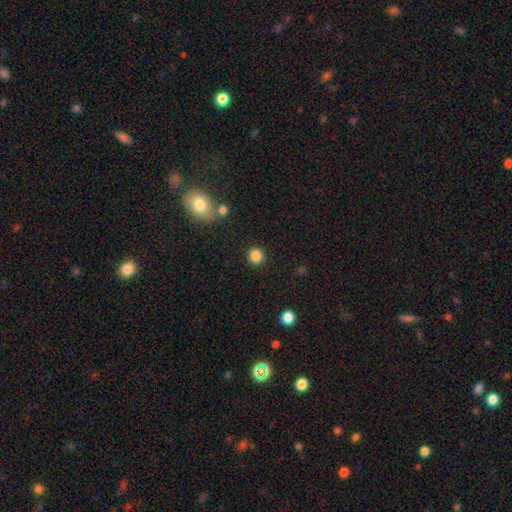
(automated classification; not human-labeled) Morphology: type=smooth (86%); roundness=round (91%); merging=none (90%).